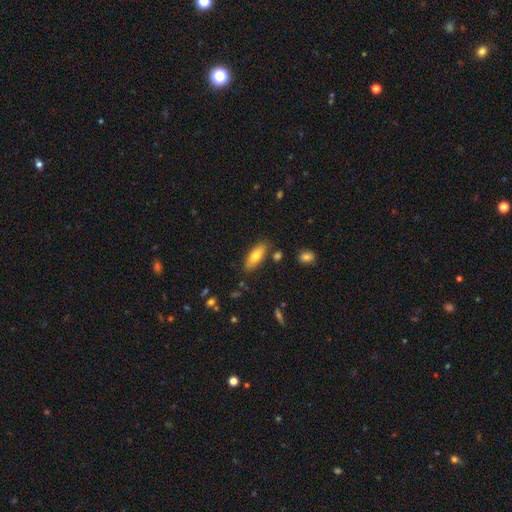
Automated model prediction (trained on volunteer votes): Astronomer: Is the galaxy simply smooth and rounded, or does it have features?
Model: smooth — 73%.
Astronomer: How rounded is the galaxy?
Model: in between — 67%.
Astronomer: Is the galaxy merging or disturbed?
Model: none — 81%.